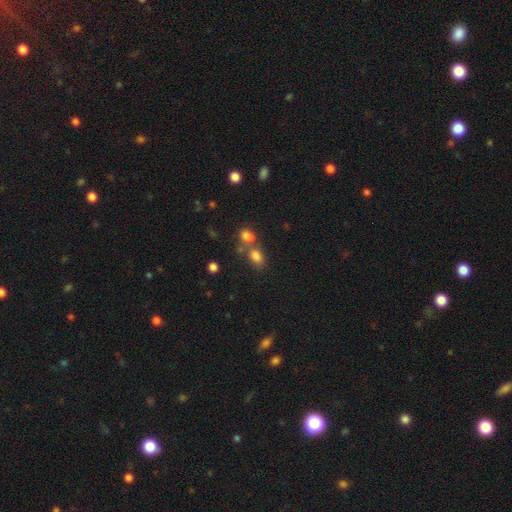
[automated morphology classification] Smooth or featured? Predicted: smooth (p=0.78). How rounded? Predicted: in between (p=0.79). Merging? Predicted: none (p=0.42, tied with merger).